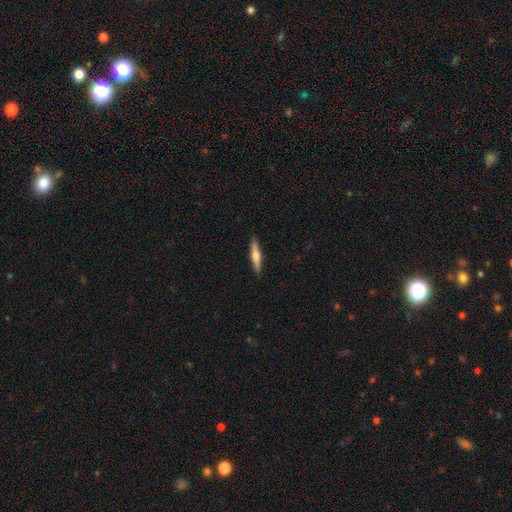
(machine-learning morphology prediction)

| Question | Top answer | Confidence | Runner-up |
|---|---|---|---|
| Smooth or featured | smooth | 55% | featured or disk (40%) |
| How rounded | cigar-shaped | 88% | in between (11%) |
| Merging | none | 90% | minor disturbance (7%) |